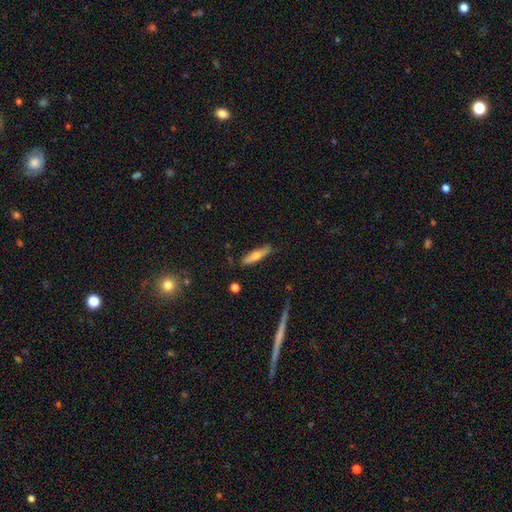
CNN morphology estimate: Smooth or featured: smooth — 57% (featured or disk — 35%)
How rounded: cigar-shaped — 77% (in between — 21%)
Merging: none — 84% (minor disturbance — 12%)